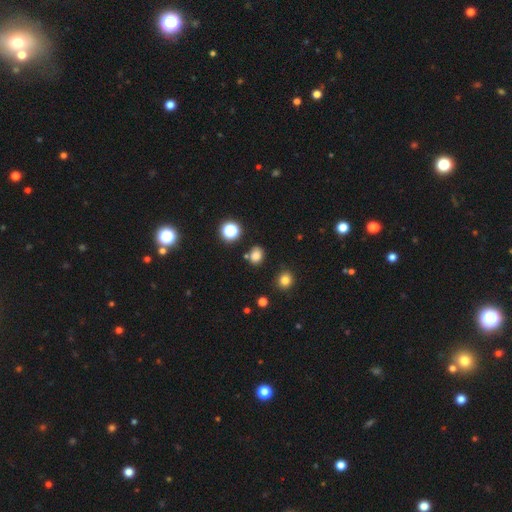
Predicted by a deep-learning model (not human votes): Morphology: type=smooth (77%); roundness=round (53%); merging=none (76%).